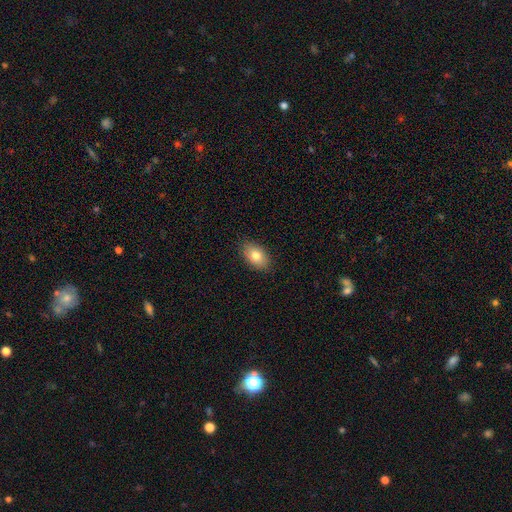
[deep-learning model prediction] Overall: smooth (79%). How rounded: in between (90%). Merging: none (87%).